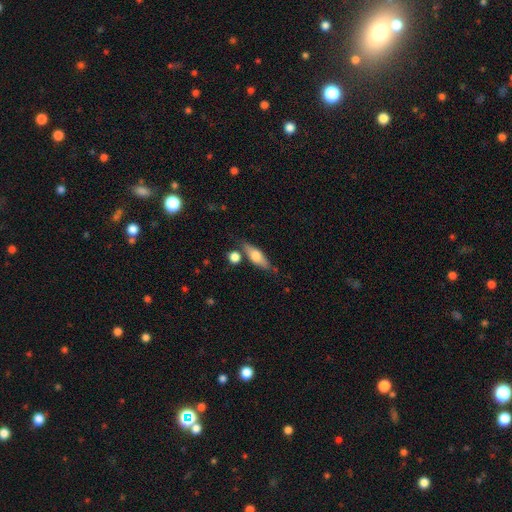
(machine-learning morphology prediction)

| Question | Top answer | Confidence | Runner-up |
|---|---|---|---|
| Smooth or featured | smooth | 53% | featured or disk (40%) |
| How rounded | in between | 51% | cigar-shaped (45%) |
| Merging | none | 70% | minor disturbance (15%) |